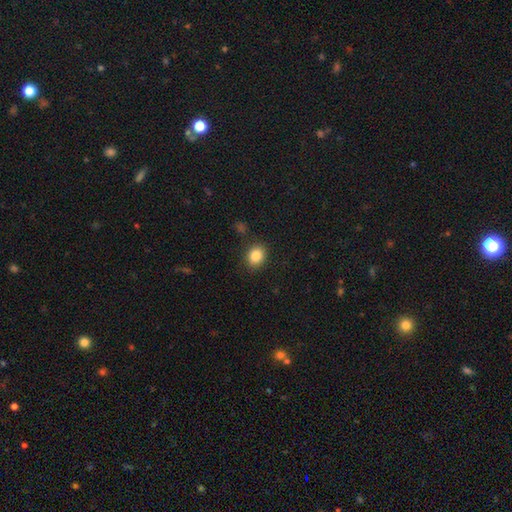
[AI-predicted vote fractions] smooth_or_featured: smooth (p=0.85) [alt: star or artifact p=0.10]
how_rounded: round (p=0.57) [alt: in between p=0.42]
merging: none (p=0.86) [alt: minor disturbance p=0.09]